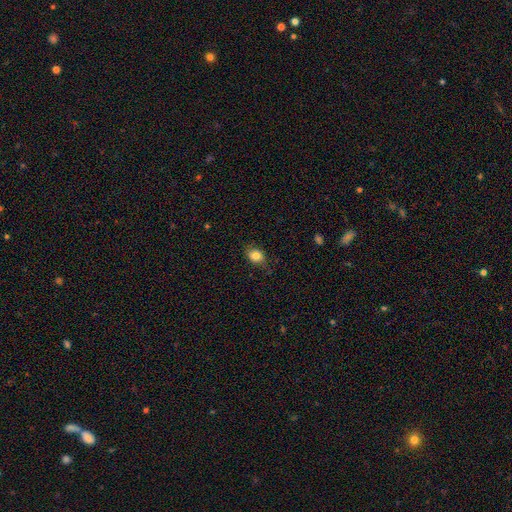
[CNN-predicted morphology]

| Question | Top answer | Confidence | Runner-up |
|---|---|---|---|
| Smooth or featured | smooth | 83% | star or artifact (9%) |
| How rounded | in between | 59% | round (40%) |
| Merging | none | 74% | minor disturbance (20%) |